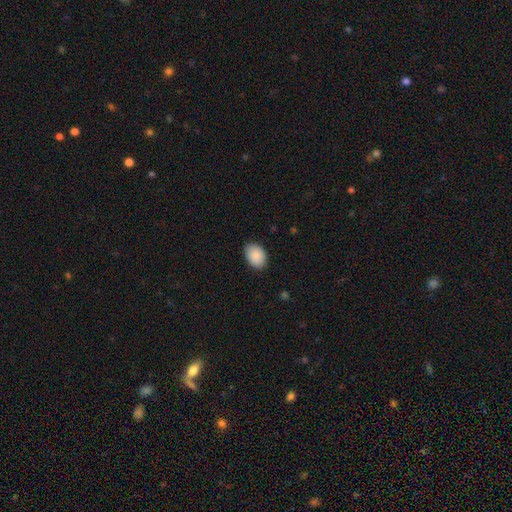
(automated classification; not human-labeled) Smooth or featured: smooth — 87% (star or artifact — 7%)
How rounded: in between — 84% (round — 15%)
Merging: none — 86% (minor disturbance — 11%)